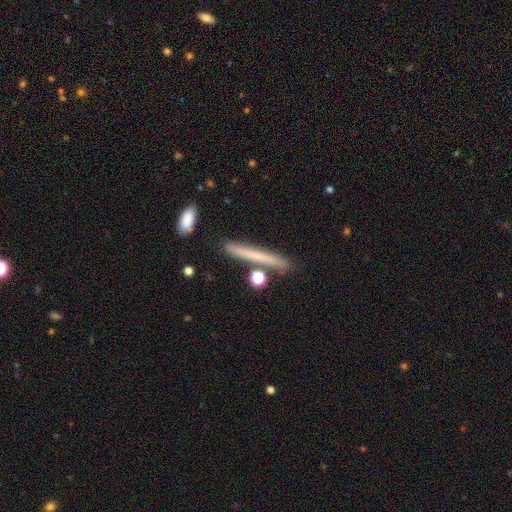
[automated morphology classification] smooth_or_featured: smooth (p=0.60) [alt: featured or disk p=0.32]
how_rounded: cigar-shaped (p=0.95) [alt: in between p=0.03]
merging: none (p=0.83) [alt: minor disturbance p=0.09]